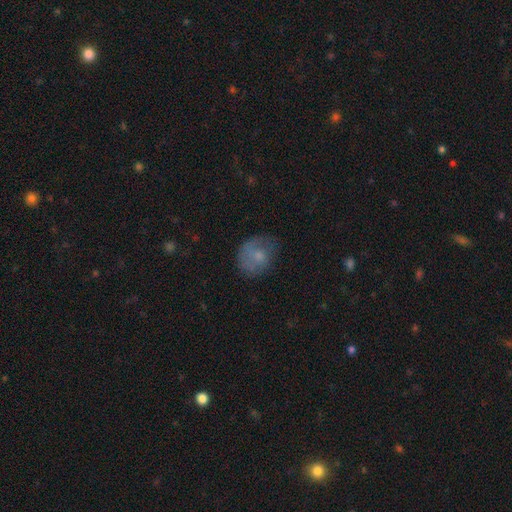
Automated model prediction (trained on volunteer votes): smooth 65%, featured or disk 26%, star or artifact 9%. Down the decision tree: how rounded — round (61%); merging — none (54%).